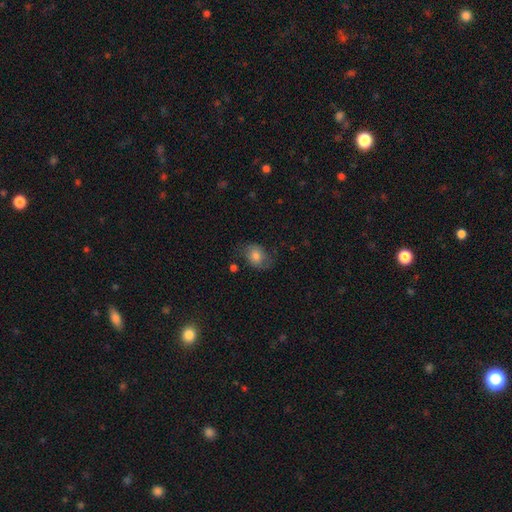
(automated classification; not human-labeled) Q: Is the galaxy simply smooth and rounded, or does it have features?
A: smooth — 71%.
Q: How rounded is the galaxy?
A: in between — 62%.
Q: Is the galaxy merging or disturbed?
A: none — 63%.